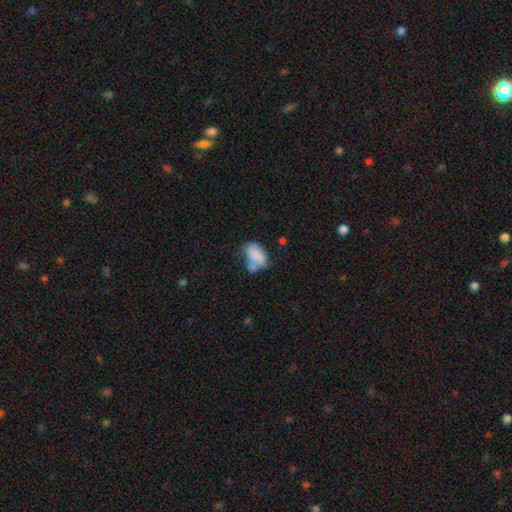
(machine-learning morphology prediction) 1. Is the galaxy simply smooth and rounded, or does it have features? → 72% smooth, 19% featured or disk, 9% star or artifact.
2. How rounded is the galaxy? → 89% in between, 9% round, 2% cigar-shaped.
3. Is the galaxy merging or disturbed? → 29% minor disturbance, 28% none, 23% merger, 20% major disturbance.